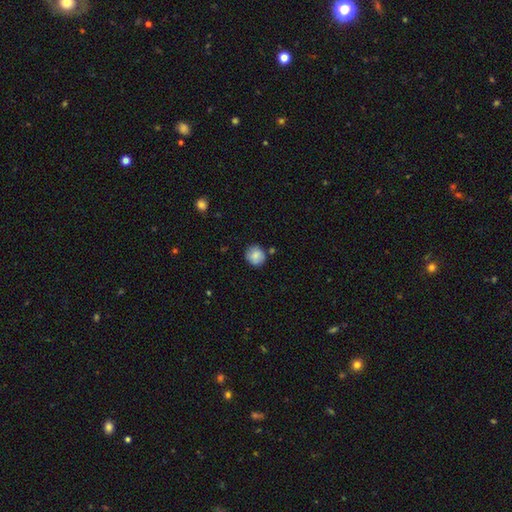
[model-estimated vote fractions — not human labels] Morphology: type=smooth (82%); roundness=round (87%); merging=none (79%).